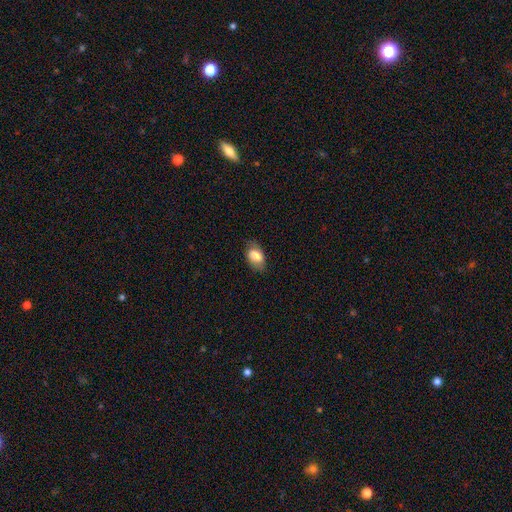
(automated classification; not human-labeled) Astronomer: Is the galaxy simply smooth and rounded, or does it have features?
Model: smooth — 77%.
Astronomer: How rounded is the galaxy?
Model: in between — 90%.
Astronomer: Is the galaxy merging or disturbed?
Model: none — 75%.